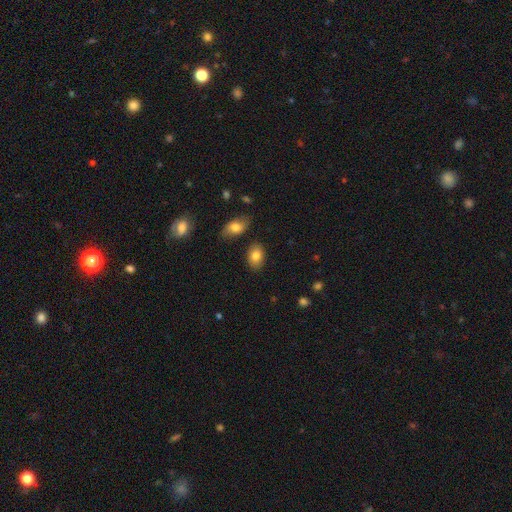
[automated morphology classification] This appears to be a smooth galaxy with no disk features (83%) that is in between round and cigar-shaped (84%). Merging: none (84%).